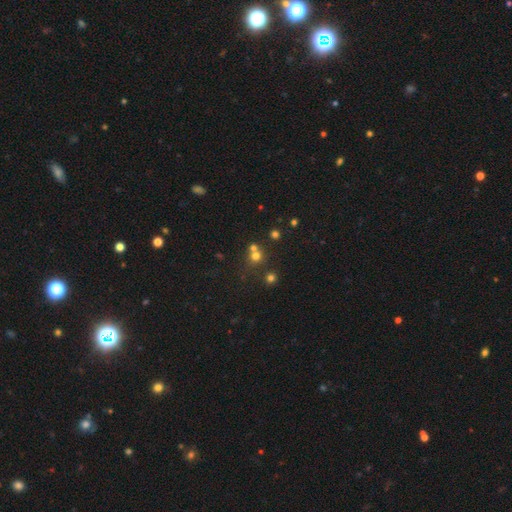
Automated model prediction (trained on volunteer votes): Smooth or featured? Predicted: smooth (p=0.64). How rounded? Predicted: round (p=0.86). Merging? Predicted: none (p=0.54).